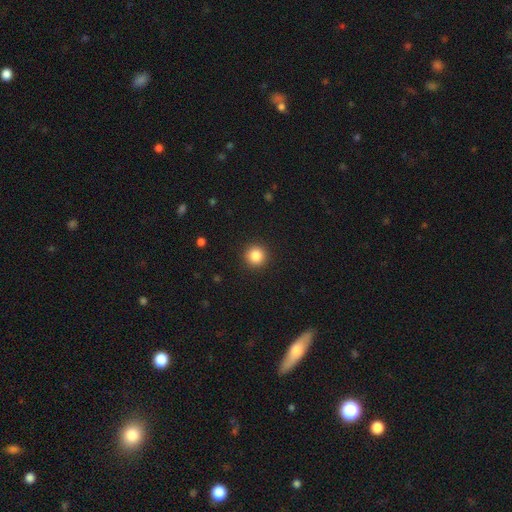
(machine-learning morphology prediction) Smooth or featured? smooth (85%)
How rounded? round (95%)
Merging? none (93%)